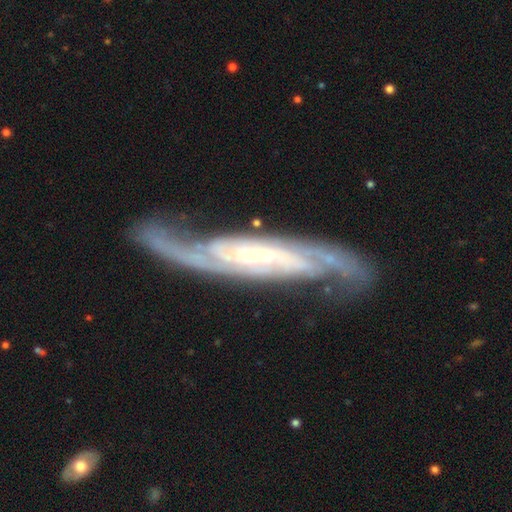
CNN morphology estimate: Overall: featured or disk (90%). Edge-on disk: no (82%). Bar: no (45%; weak 33%). Spiral arms: yes (98%). Spiral arm count: 2 (75%). Spiral winding: medium (44%, tied with tight). Bulge size: small (70%). Merging: none (72%).